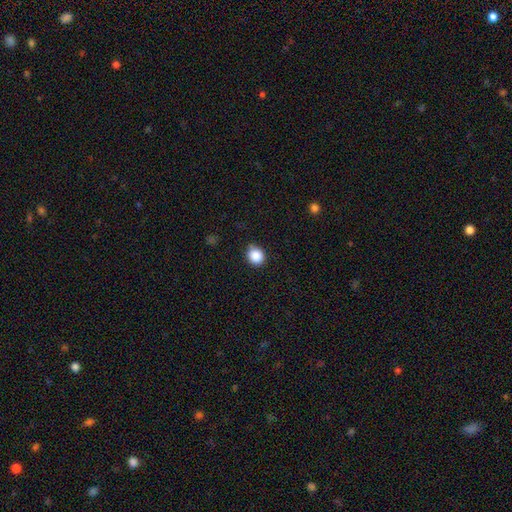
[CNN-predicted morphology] Smooth or featured?
  - smooth: 88% *
  - star or artifact: 9%
  - featured or disk: 3%
How rounded?
  - round: 81% *
  - in between: 18%
  - cigar-shaped: 1%
Merging?
  - none: 83% *
  - minor disturbance: 13%
  - major disturbance: 3%
  - merger: 1%